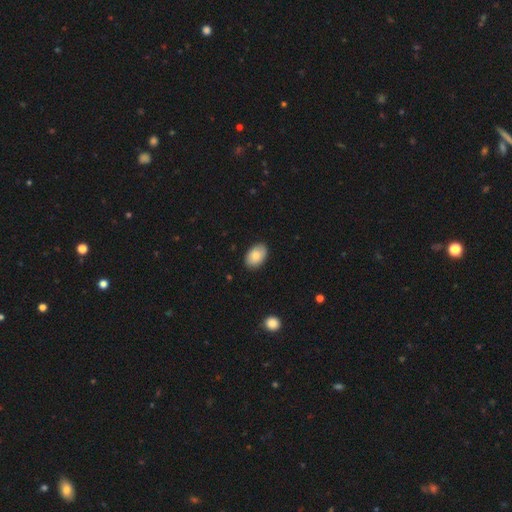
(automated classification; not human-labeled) Smooth or featured? smooth (86%)
How rounded? in between (90%)
Merging? none (88%)